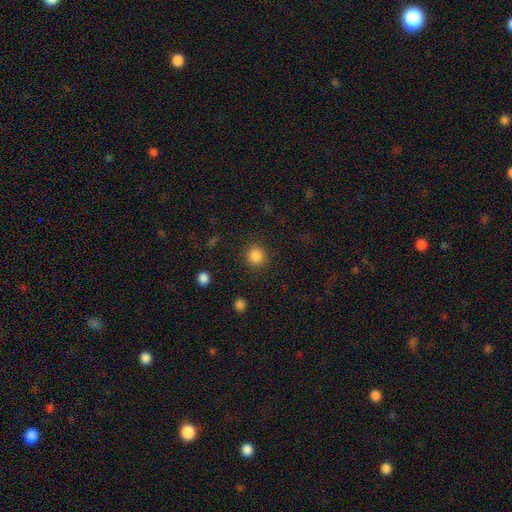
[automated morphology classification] A smooth galaxy with no disk features (86%) that is round (93%).

Vote fractions:
- Smooth or featured? smooth: 86% / star or artifact: 11% / featured or disk: 3%
- How rounded? round: 93% / in between: 6% / cigar-shaped: 1%
- Merging? none: 90% / minor disturbance: 6% / major disturbance: 3% / merger: 1%